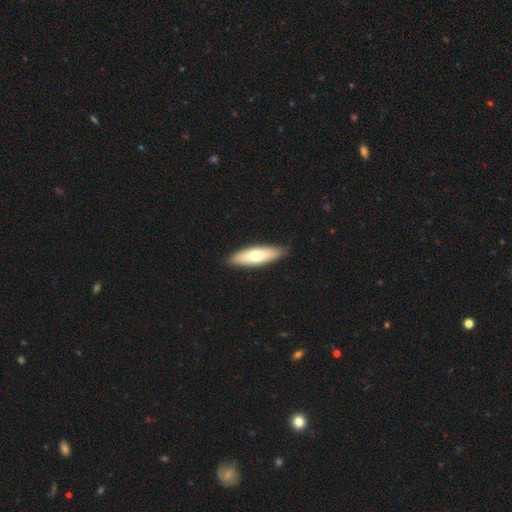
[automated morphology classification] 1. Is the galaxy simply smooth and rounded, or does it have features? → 64% smooth, 31% featured or disk, 5% star or artifact.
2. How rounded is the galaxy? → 51% cigar-shaped, 47% in between, 2% round.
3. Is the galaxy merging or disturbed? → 87% none, 10% minor disturbance, 2% major disturbance, 1% merger.